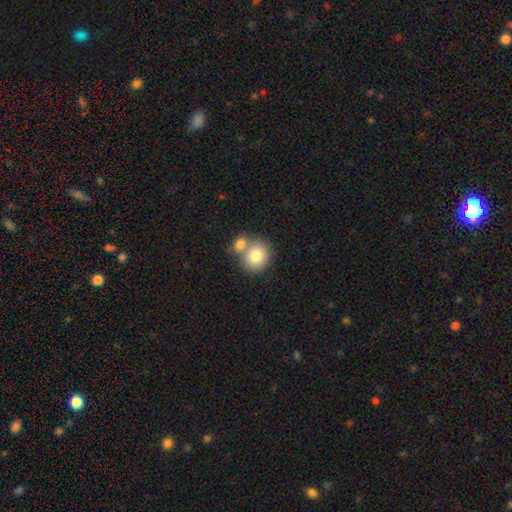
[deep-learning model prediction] Smooth or featured?
  - smooth: 78% *
  - featured or disk: 13%
  - star or artifact: 9%
How rounded?
  - round: 80% *
  - in between: 19%
  - cigar-shaped: 1%
Merging?
  - none: 45% *
  - merger: 43%
  - minor disturbance: 8%
  - major disturbance: 3%